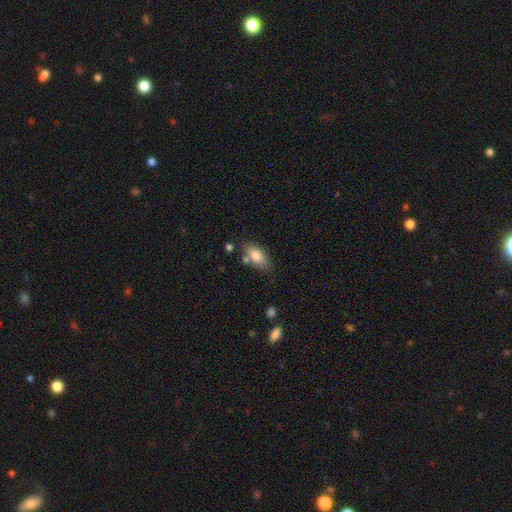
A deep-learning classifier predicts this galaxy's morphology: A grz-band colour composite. It shows a smooth galaxy with no disk features (79%) that is in between round and cigar-shaped (90%). Merging: none (69%).